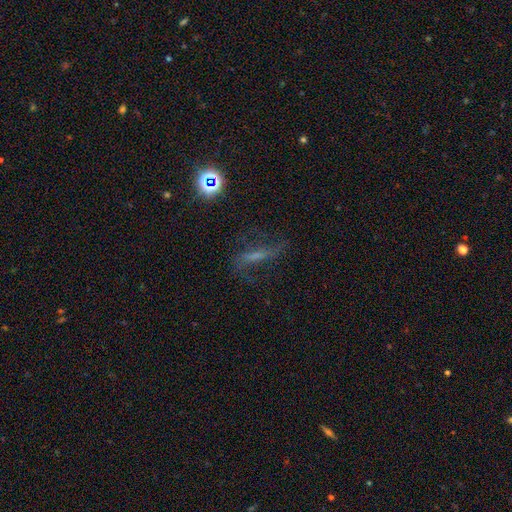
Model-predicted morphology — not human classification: Overall: featured or disk (55%; smooth 23%). Edge-on disk: no (71%). Merging: none (62%).